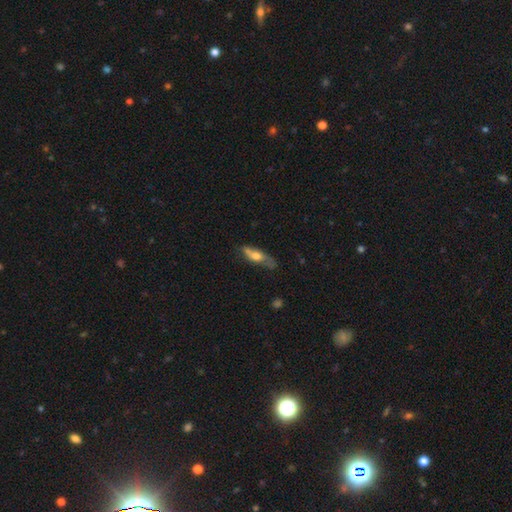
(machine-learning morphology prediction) smooth_or_featured: smooth (p=0.48) [alt: featured or disk p=0.46]
merging: none (p=0.62) [alt: minor disturbance p=0.27]